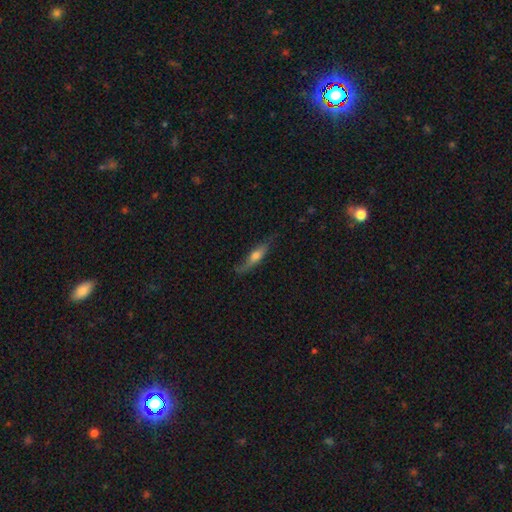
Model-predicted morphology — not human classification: A smooth galaxy with no disk features (51%) that is cigar-shaped (69%).

Vote fractions:
- Smooth or featured? smooth: 51% / featured or disk: 43% / star or artifact: 6%
- How rounded? cigar-shaped: 69% / in between: 28% / round: 3%
- Merging? none: 62% / minor disturbance: 27% / major disturbance: 10% / merger: 2%